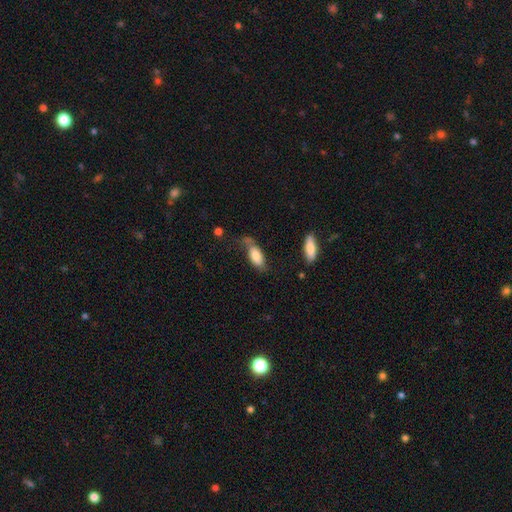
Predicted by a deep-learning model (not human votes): A smooth galaxy with no disk features (74%) that is in between round and cigar-shaped (88%). Merging: none (41%).